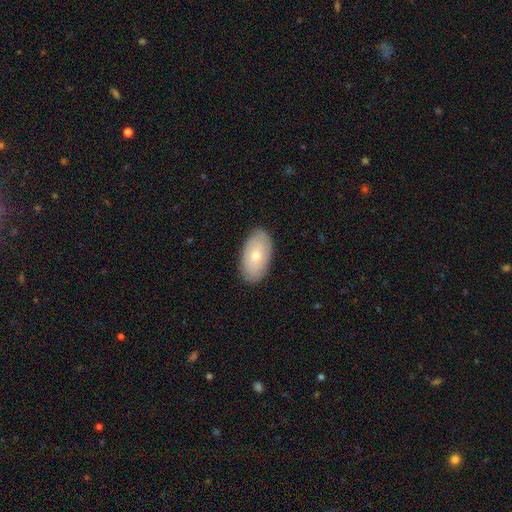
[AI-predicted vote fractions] Smooth or featured?
  - smooth: 66% *
  - featured or disk: 28%
  - star or artifact: 6%
How rounded?
  - in between: 94% *
  - round: 4%
  - cigar-shaped: 2%
Merging?
  - none: 87% *
  - minor disturbance: 10%
  - major disturbance: 2%
  - merger: 1%